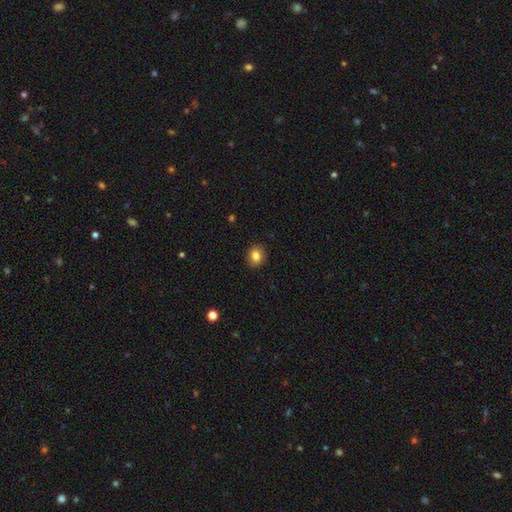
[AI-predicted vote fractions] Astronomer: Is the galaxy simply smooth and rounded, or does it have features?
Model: smooth — 84%.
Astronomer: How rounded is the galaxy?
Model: round — 58% (runner-up: in between, 42%).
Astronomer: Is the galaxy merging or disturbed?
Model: none — 89%.